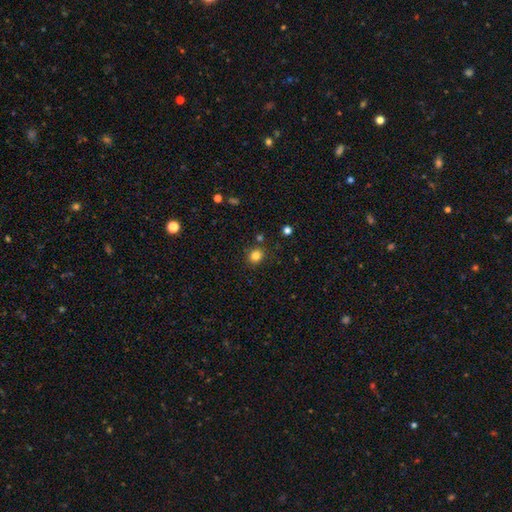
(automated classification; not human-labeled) A smooth galaxy with no disk features (82%) that is round (74%). Merging: none (85%).